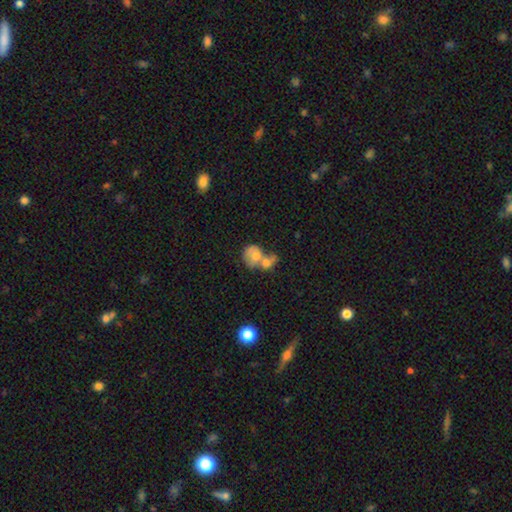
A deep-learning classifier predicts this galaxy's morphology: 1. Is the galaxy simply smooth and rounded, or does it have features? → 60% smooth, 32% featured or disk, 8% star or artifact.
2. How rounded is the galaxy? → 58% round, 41% in between, 1% cigar-shaped.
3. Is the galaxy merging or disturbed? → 74% merger, 14% none, 7% minor disturbance, 6% major disturbance.